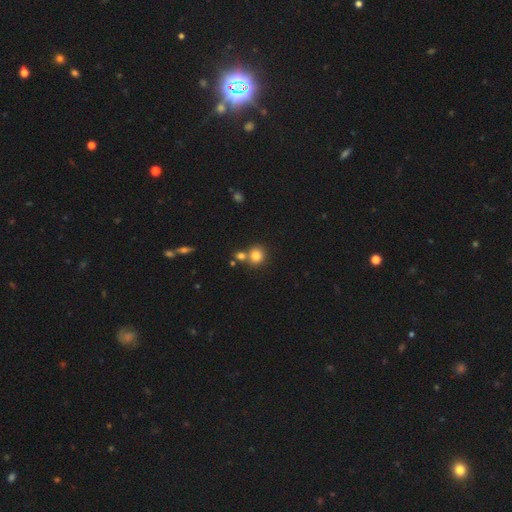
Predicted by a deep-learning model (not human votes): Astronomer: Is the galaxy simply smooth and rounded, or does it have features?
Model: smooth — 80%.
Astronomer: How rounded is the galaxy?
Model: round — 88%.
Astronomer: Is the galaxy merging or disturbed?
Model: none — 64%.